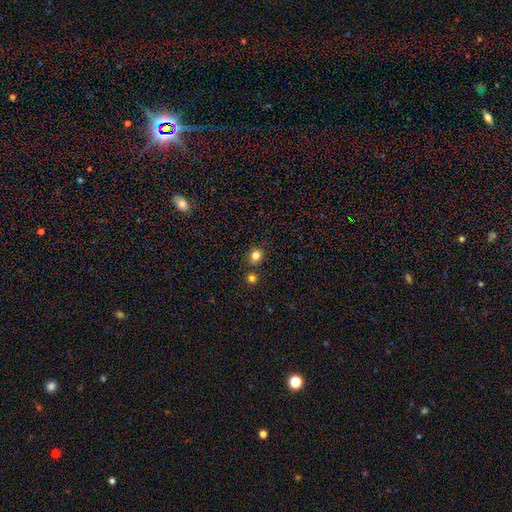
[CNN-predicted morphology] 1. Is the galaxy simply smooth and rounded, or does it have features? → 81% smooth, 13% star or artifact, 5% featured or disk.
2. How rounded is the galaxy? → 78% round, 21% in between, 1% cigar-shaped.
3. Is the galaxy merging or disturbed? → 81% none, 8% minor disturbance, 8% merger, 2% major disturbance.